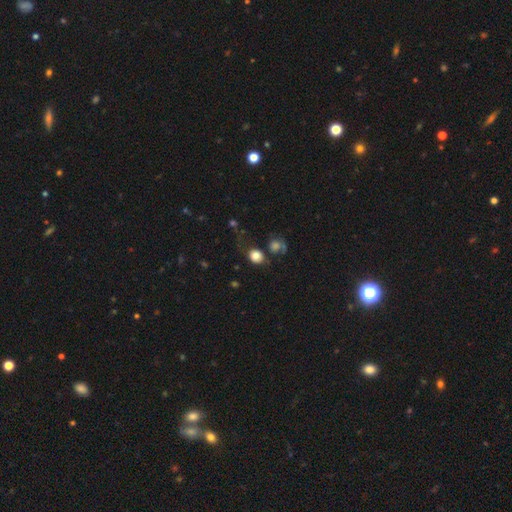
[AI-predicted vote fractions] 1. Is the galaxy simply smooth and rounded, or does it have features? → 81% smooth, 11% star or artifact, 8% featured or disk.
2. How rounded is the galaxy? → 76% round, 23% in between, 1% cigar-shaped.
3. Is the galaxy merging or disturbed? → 59% none, 16% minor disturbance, 14% merger, 12% major disturbance.